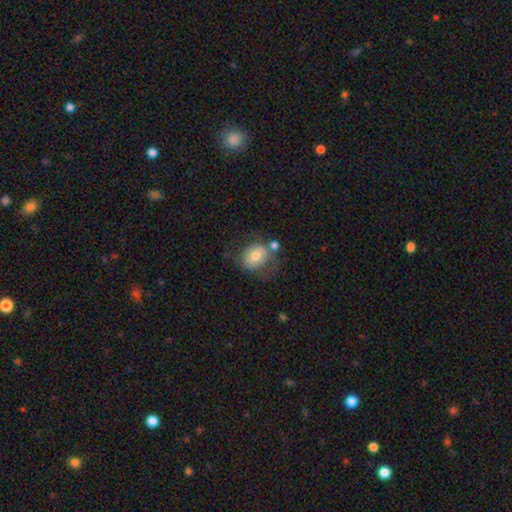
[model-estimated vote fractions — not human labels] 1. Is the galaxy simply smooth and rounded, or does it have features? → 66% smooth, 26% featured or disk, 9% star or artifact.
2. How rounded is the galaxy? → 56% round, 43% in between, 1% cigar-shaped.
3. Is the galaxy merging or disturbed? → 52% none, 21% minor disturbance, 15% merger, 13% major disturbance.